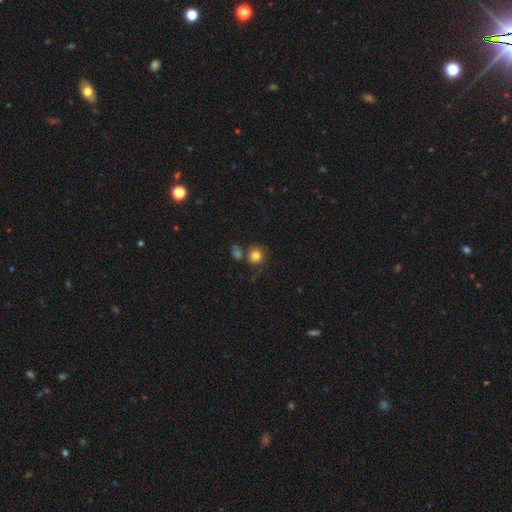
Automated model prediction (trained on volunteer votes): The model was most divided on "merging": none: 70%, merger: 13%, minor disturbance: 12%, major disturbance: 4%. More confident: how rounded — round (88%); smooth or featured — smooth (82%).